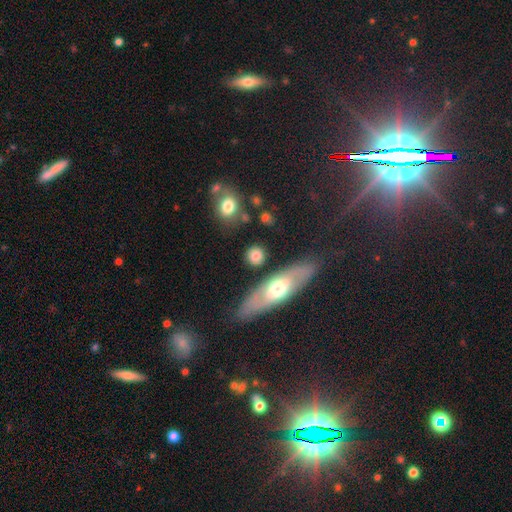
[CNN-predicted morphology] This appears to be a smooth galaxy with no disk features (77%) that is round (75%). Merging: none (80%).